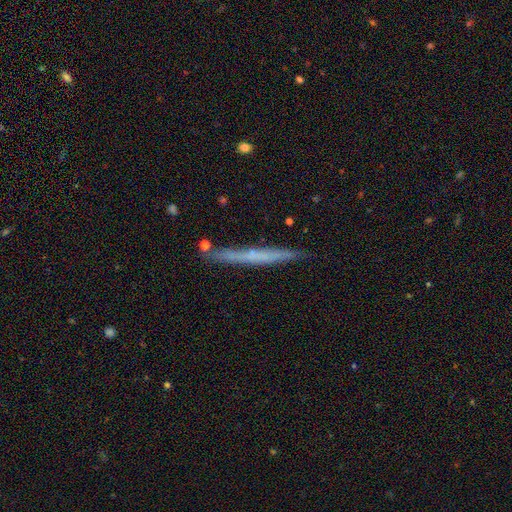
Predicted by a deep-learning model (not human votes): Smooth or featured? featured or disk (51%)
Edge-on disk? yes (96%)
Merging? none (85%)